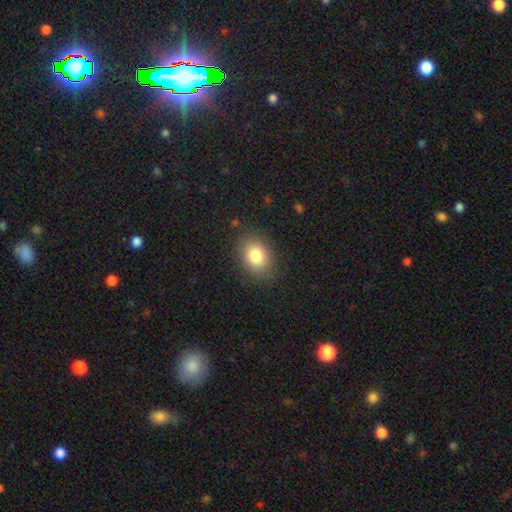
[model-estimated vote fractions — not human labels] smooth-or-featured: smooth: 82% | star or artifact: 9% | featured or disk: 9%
  how-rounded: in between: 64% | round: 35% | cigar-shaped: 1%
  merging: none: 84% | minor disturbance: 11% | major disturbance: 4% | merger: 1%